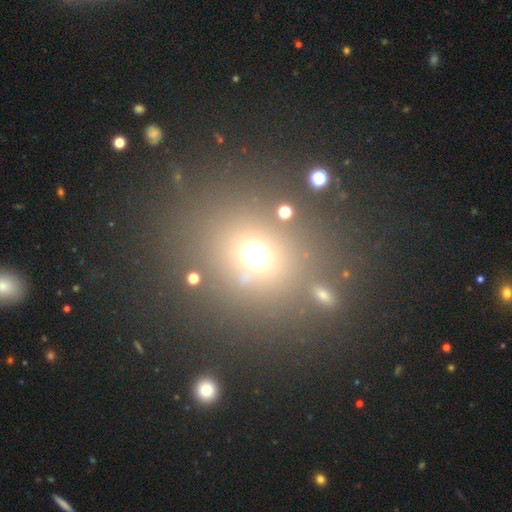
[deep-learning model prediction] A smooth galaxy with no disk features (61%) that is round (76%). Merging: none (69%).